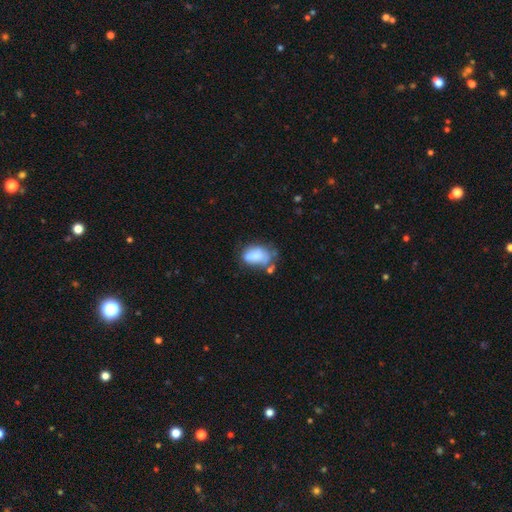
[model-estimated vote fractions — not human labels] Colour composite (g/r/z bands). It shows a smooth galaxy with no disk features (69%) that is in between round and cigar-shaped (86%). Merging: none (34%).